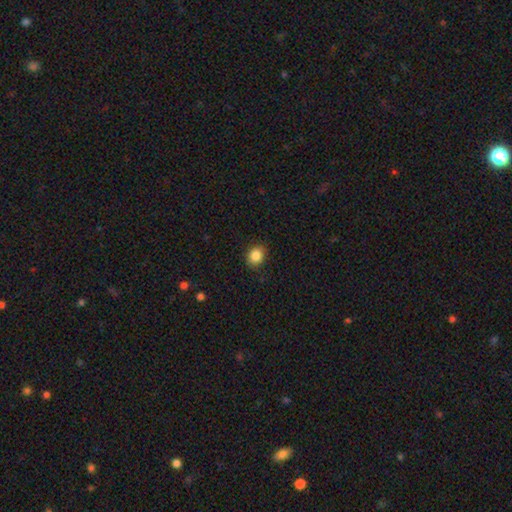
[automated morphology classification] The model was most divided on "how rounded": round: 64%, in between: 35%, cigar-shaped: 1%. More confident: merging — none (88%); smooth or featured — smooth (86%).